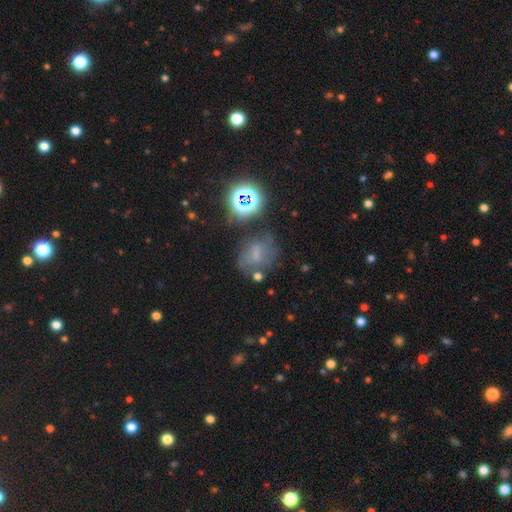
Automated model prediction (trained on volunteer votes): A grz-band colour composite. It shows a smooth galaxy with no disk features (41%). Merging: none (55%).